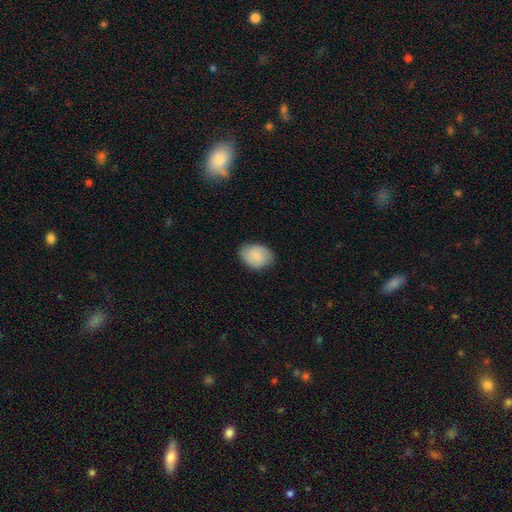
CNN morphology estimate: smooth 85%, featured or disk 9%, star or artifact 6%. Down the decision tree: how rounded — in between (70%); merging — none (78%).